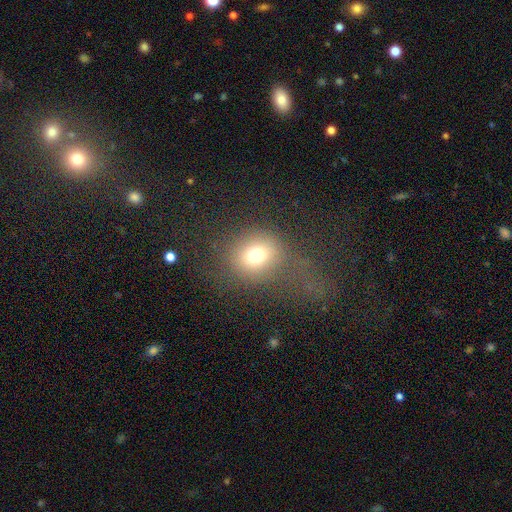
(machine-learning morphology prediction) The model was most divided on "merging": none: 59%, major disturbance: 22%, minor disturbance: 14%, merger: 5%. More confident: how rounded — round (72%); smooth or featured — smooth (72%).